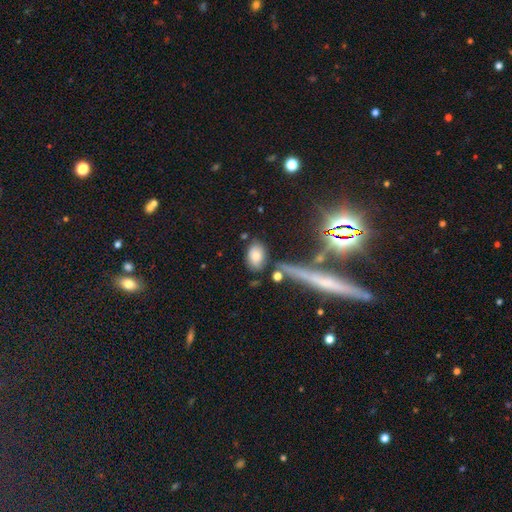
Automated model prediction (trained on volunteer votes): This is likely a smooth galaxy (77%). How rounded: clearly in between (85%). Merging: likely none (73%).